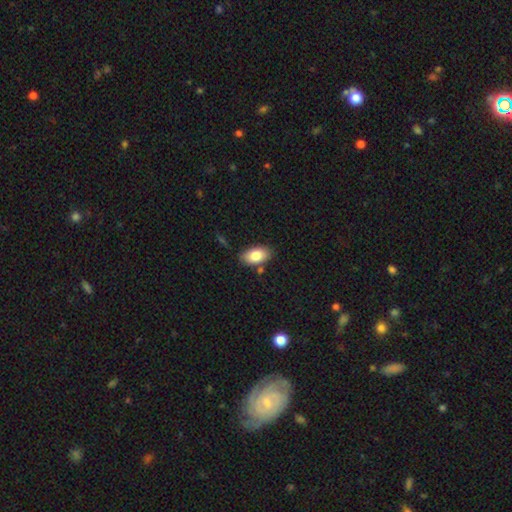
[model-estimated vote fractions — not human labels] Overall: smooth (82%). How rounded: in between (93%). Merging: none (79%).